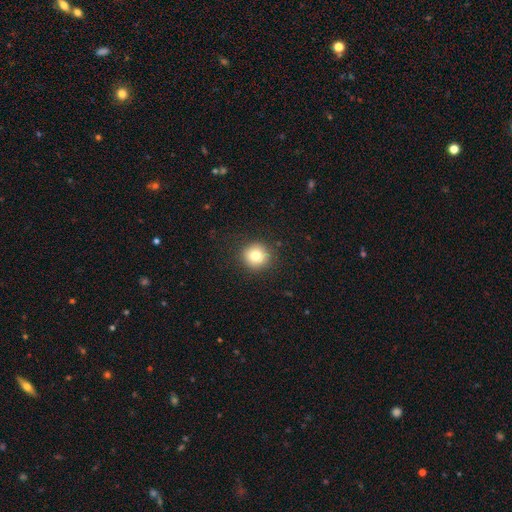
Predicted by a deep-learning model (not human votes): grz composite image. It shows a smooth galaxy with no disk features (79%) that is round (93%). Merging: none (90%).